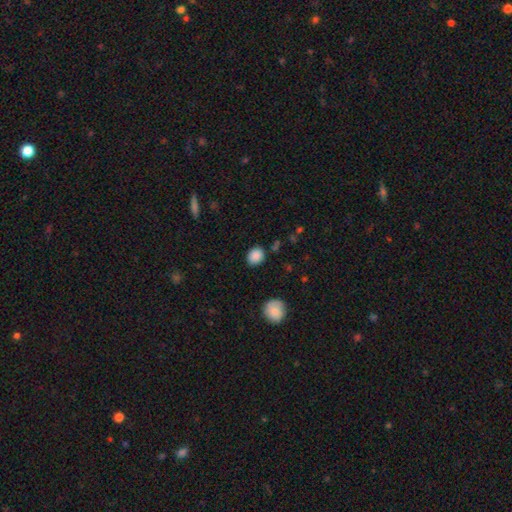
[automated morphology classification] Smooth or featured: smooth — 87% (star or artifact — 9%)
How rounded: round — 64% (in between — 35%)
Merging: none — 85% (minor disturbance — 11%)